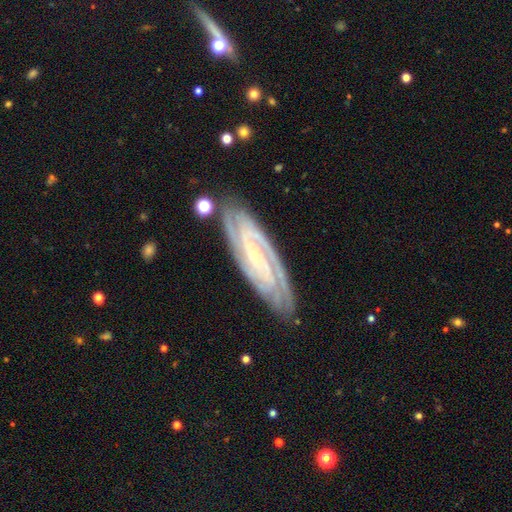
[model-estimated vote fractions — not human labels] Smooth or featured? Predicted: featured or disk (p=0.88). Edge-on disk? Predicted: no (p=0.91). Bar? Predicted: weak (p=0.37). Spiral arms? Predicted: yes (p=0.98). Spiral winding? Predicted: tight (p=0.73). Spiral arm count? Predicted: 2 (p=0.37). Bulge size? Predicted: small (p=0.76). Merging? Predicted: none (p=0.82).